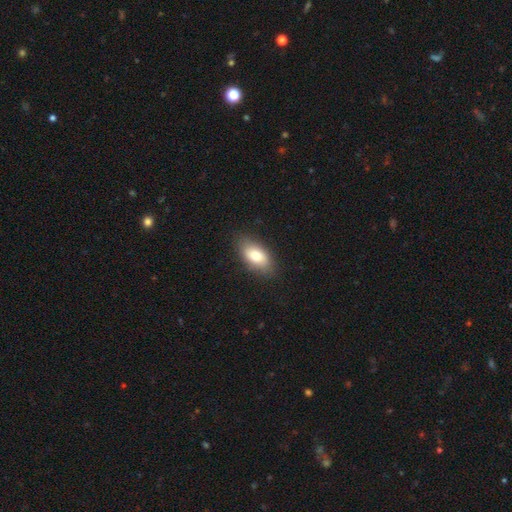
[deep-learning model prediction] Q: Smooth or featured?
A: smooth (79%); runner-up: featured or disk (14%)
Q: How rounded?
A: in between (90%); runner-up: cigar-shaped (5%)
Q: Merging?
A: none (84%); runner-up: minor disturbance (12%)